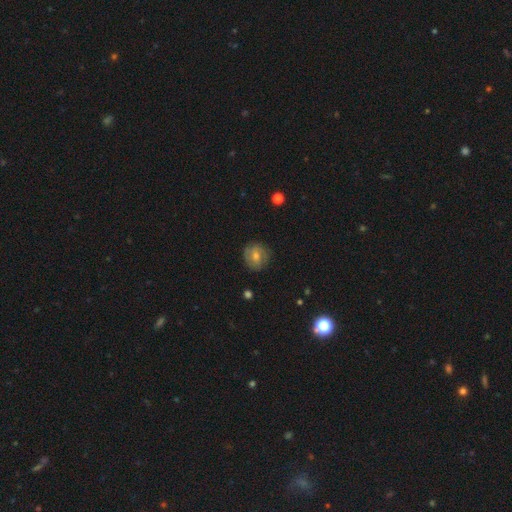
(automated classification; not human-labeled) A smooth galaxy with no disk features (50%).

Vote fractions:
- Smooth or featured? smooth: 50% / featured or disk: 38% / star or artifact: 13%
- Merging? none: 83% / minor disturbance: 13% / major disturbance: 4% / merger: 1%